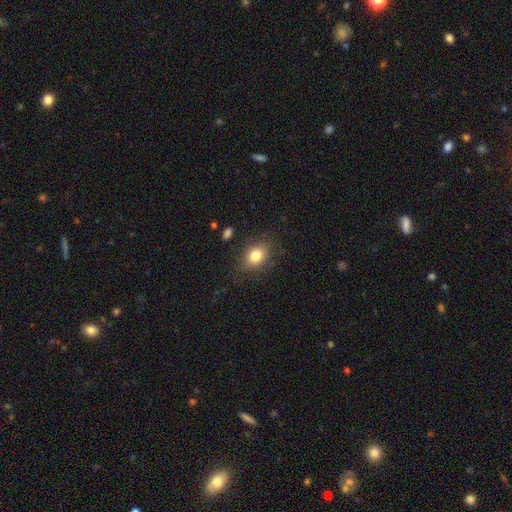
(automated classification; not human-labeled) A smooth galaxy with no disk features (81%) that is in between round and cigar-shaped (65%).

Vote fractions:
- Smooth or featured? smooth: 81% / star or artifact: 10% / featured or disk: 9%
- How rounded? in between: 65% / round: 34% / cigar-shaped: 1%
- Merging? none: 82% / minor disturbance: 12% / major disturbance: 4% / merger: 1%